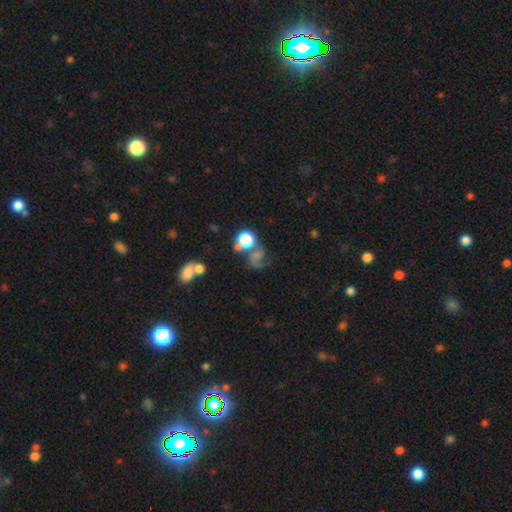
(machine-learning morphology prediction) smooth-or-featured: featured or disk: 35% | smooth: 33% | star or artifact: 31%
  merging: none: 48% | merger: 19% | major disturbance: 18% | minor disturbance: 15%